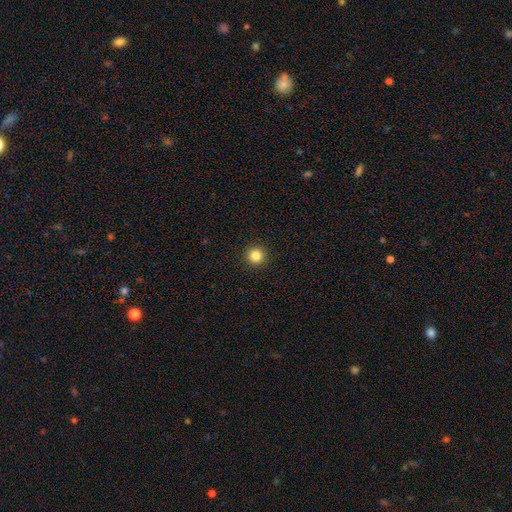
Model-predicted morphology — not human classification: Smooth or featured?
  - smooth: 84% *
  - star or artifact: 11%
  - featured or disk: 4%
How rounded?
  - round: 95% *
  - in between: 4%
  - cigar-shaped: 1%
Merging?
  - none: 93% *
  - minor disturbance: 5%
  - major disturbance: 2%
  - merger: 1%